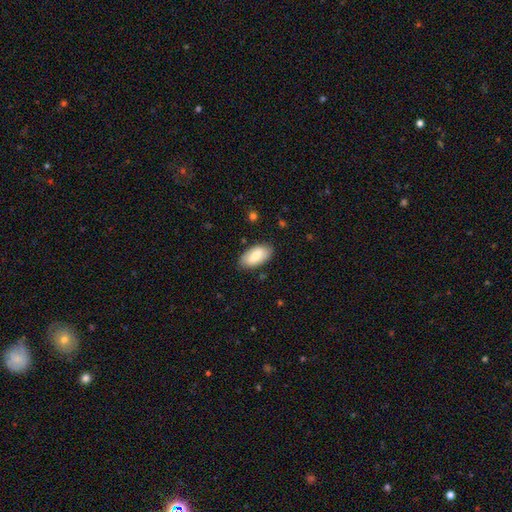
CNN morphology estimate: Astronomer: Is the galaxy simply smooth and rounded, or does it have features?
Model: smooth — 72%.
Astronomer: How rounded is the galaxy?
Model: in between — 92%.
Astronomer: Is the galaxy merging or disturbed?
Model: none — 84%.